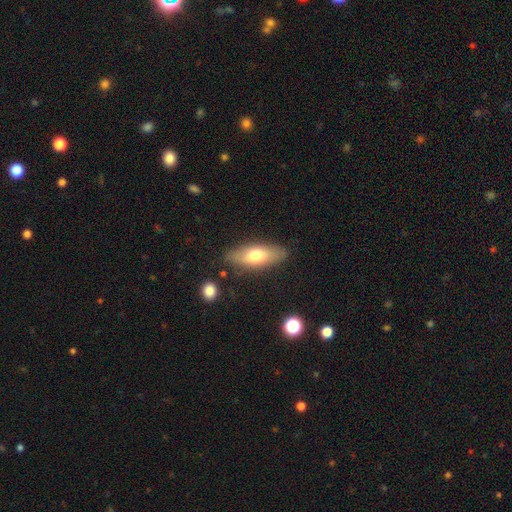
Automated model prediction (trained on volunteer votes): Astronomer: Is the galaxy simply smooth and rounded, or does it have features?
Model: smooth — 67%.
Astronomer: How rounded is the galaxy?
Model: in between — 68%.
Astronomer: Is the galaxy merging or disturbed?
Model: none — 82%.